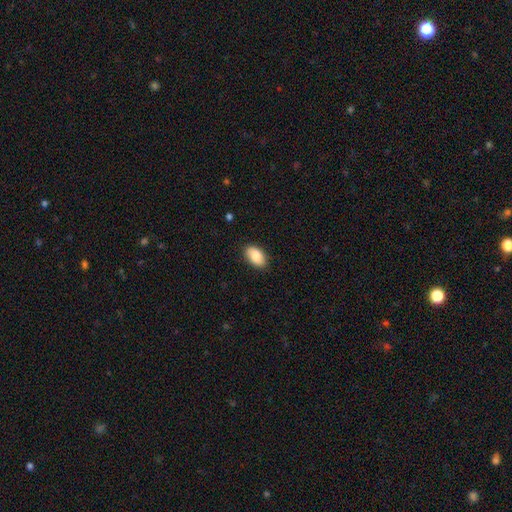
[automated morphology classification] type=smooth (83%); roundness=in between (93%); merging=none (86%).